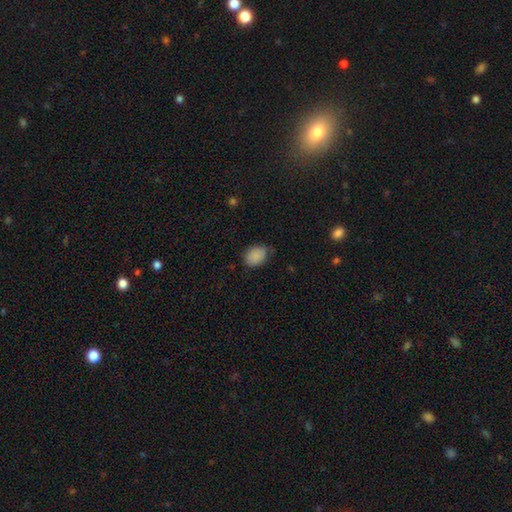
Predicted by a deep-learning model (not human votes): smooth-or-featured: smooth: 87% | star or artifact: 8% | featured or disk: 5%
  how-rounded: in between: 70% | round: 29% | cigar-shaped: 1%
  merging: none: 65% | minor disturbance: 29% | major disturbance: 5% | merger: 1%